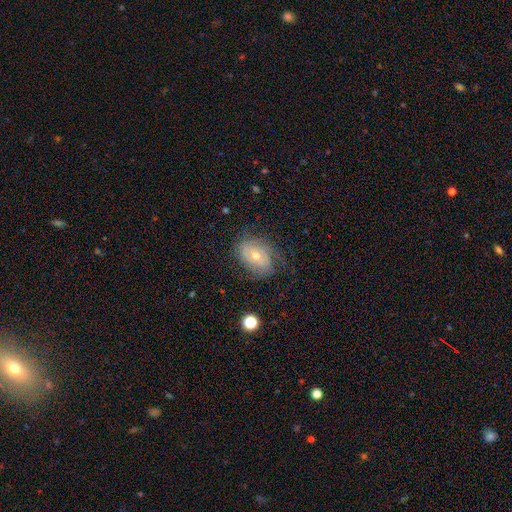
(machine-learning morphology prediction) featured or disk 69%, smooth 22%, star or artifact 9%. Down the decision tree: edge-on disk — no (95%); bar — no (65%); spiral arms — yes (85%); spiral arm count — can't tell (41%); spiral winding — tight (53%); bulge size — moderate (50%); merging — none (62%).